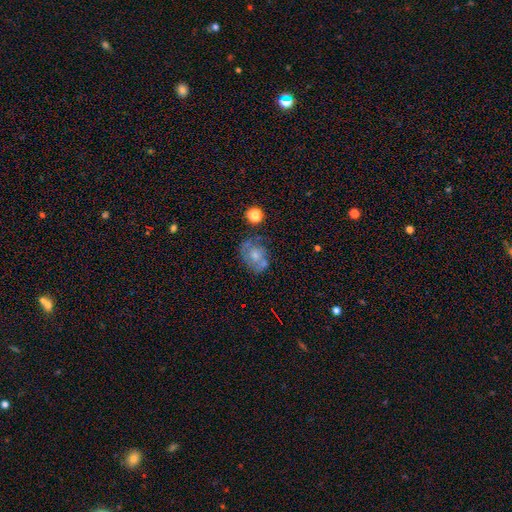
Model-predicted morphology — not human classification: This is possibly a featured or disk galaxy (47%). Merging: possibly none (50%).